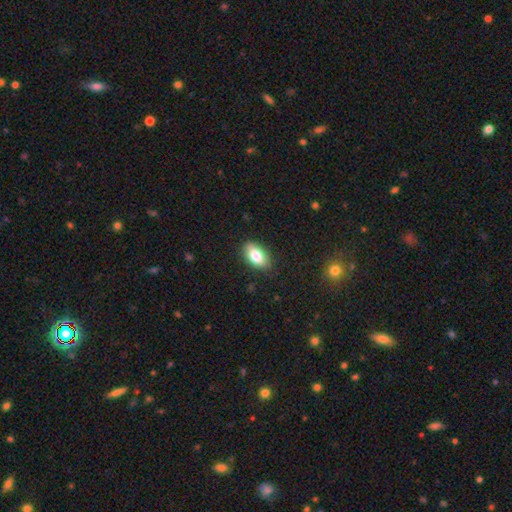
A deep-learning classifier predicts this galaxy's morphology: Smooth or featured? smooth (81%)
How rounded? in between (91%)
Merging? none (84%)